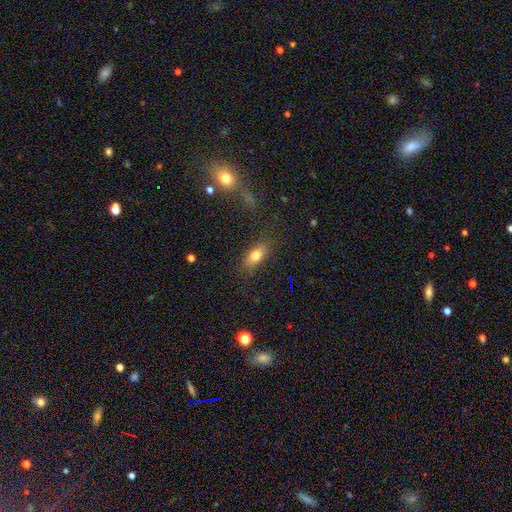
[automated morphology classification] This is likely a smooth galaxy (76%). How rounded: likely in between (79%). Merging: likely none (77%).